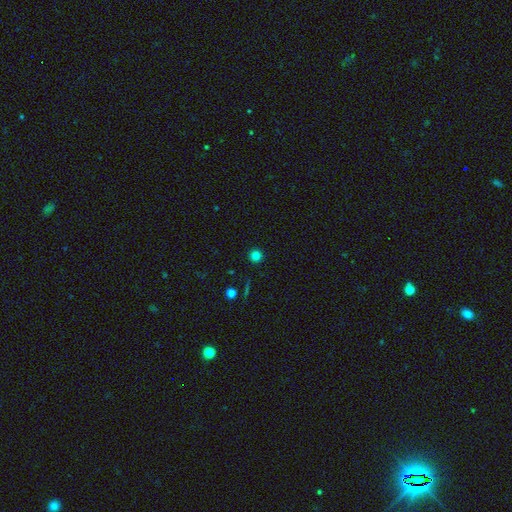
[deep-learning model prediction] Overall: smooth (80%). How rounded: round (96%). Merging: none (92%).